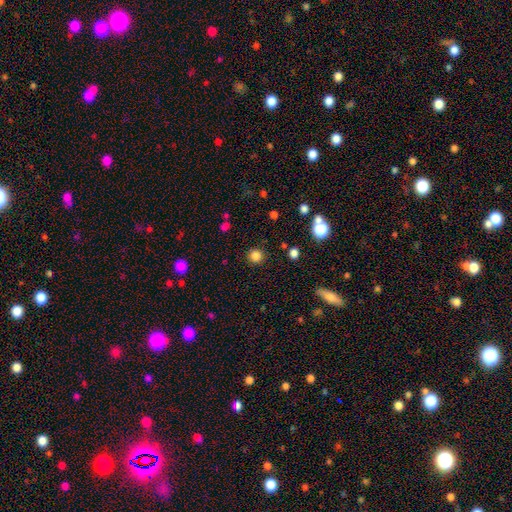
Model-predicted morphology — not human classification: The model was most divided on "smooth or featured": smooth: 83%, star or artifact: 13%, featured or disk: 4%. More confident: how rounded — round (93%); merging — none (90%).